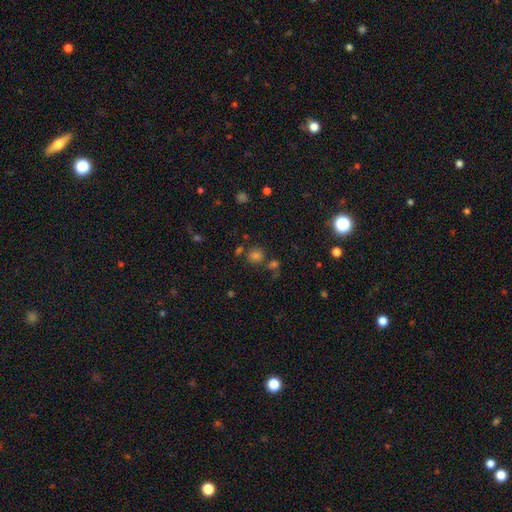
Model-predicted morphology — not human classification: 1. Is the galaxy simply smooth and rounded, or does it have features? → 59% smooth, 35% star or artifact, 7% featured or disk.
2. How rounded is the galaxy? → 79% round, 20% in between, 1% cigar-shaped.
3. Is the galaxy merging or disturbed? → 72% none, 12% merger, 11% minor disturbance, 5% major disturbance.